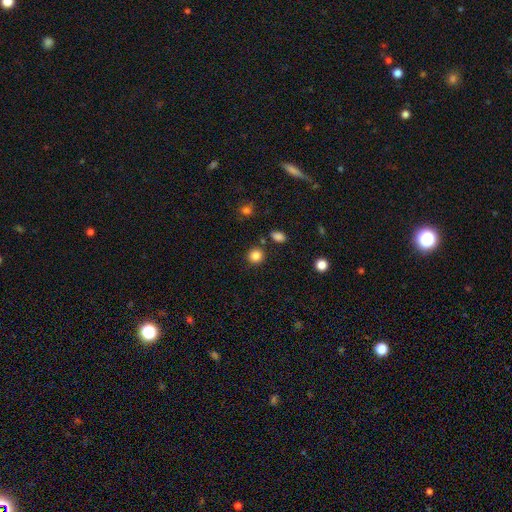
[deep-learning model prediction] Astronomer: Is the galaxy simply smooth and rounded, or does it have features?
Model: smooth — 86%.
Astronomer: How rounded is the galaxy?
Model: round — 89%.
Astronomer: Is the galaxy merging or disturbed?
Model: none — 86%.